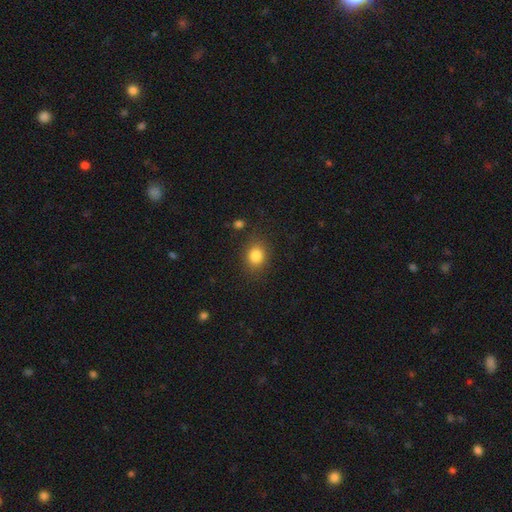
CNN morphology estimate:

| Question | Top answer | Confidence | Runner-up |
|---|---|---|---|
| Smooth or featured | smooth | 84% | star or artifact (10%) |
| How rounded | round | 55% | in between (44%) |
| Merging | none | 82% | minor disturbance (12%) |